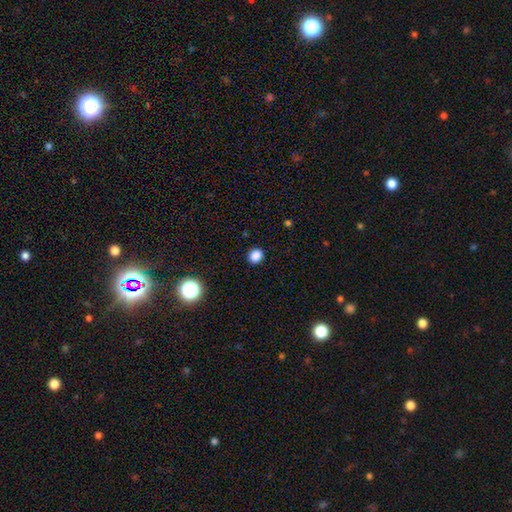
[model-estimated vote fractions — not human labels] Q: Smooth or featured?
A: smooth (85%); runner-up: star or artifact (12%)
Q: How rounded?
A: round (78%); runner-up: in between (21%)
Q: Merging?
A: none (90%); runner-up: minor disturbance (7%)